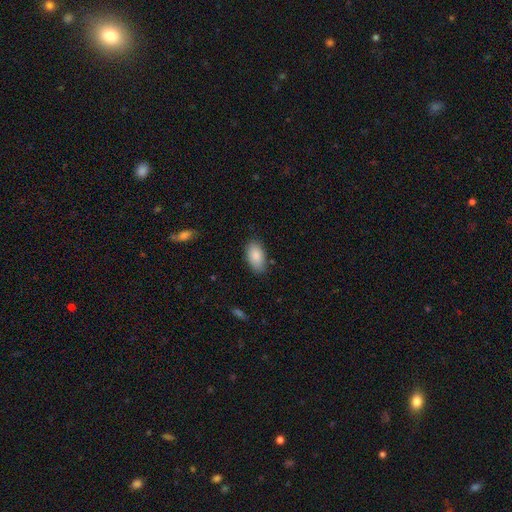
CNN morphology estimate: Smooth or featured? Predicted: smooth (p=0.87). How rounded? Predicted: in between (p=0.94). Merging? Predicted: none (p=0.82).